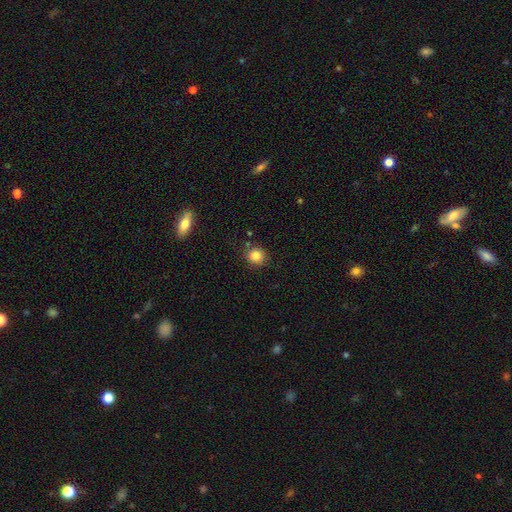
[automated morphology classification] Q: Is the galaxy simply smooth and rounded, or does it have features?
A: smooth — 83%.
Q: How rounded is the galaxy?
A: round — 89%.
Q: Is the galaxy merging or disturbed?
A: none — 84%.